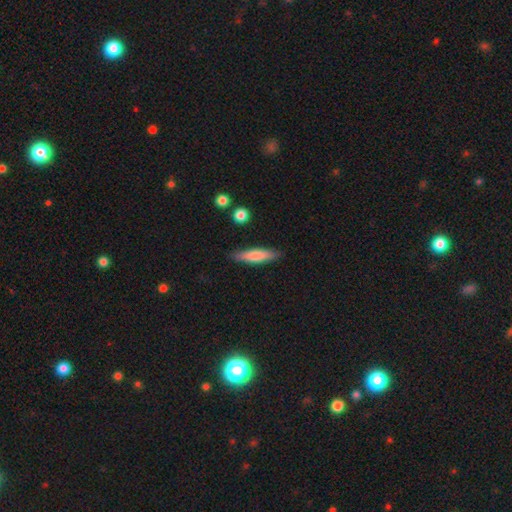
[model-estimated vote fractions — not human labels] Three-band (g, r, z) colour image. It shows a smooth galaxy with no disk features (71%) that is cigar-shaped (79%). Merging: none (86%).